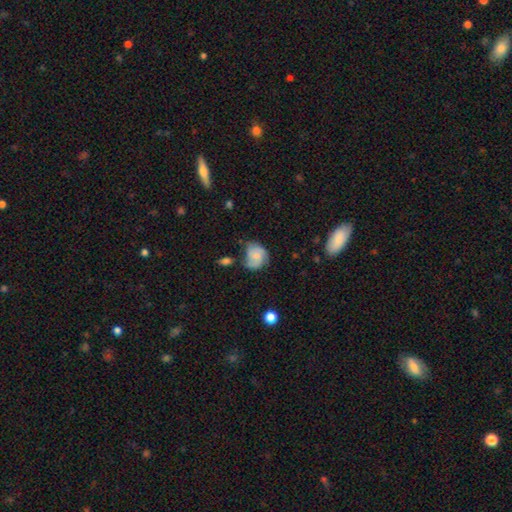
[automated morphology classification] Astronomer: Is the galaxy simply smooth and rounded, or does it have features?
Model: featured or disk — 56% (runner-up: smooth, 36%).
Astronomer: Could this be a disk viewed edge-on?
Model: no — 98%.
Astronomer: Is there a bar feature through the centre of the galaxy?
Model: no — 73%.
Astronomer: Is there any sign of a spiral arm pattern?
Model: yes — 86%.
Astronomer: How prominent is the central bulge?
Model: small — 54% (runner-up: moderate, 35%).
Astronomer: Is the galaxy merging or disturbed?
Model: none — 47% (runner-up: minor disturbance, 32%).